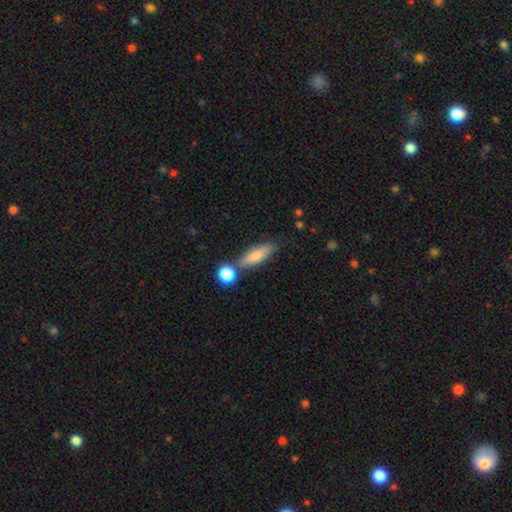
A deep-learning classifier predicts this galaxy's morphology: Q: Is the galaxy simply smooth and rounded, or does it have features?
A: smooth — 75%.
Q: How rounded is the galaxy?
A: in between — 49%.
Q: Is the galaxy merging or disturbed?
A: none — 63%.